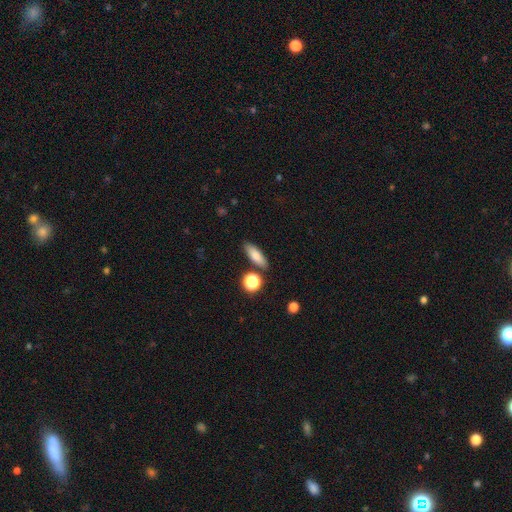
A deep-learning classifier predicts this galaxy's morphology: type=smooth (79%); roundness=in between (61%); merging=none (81%).